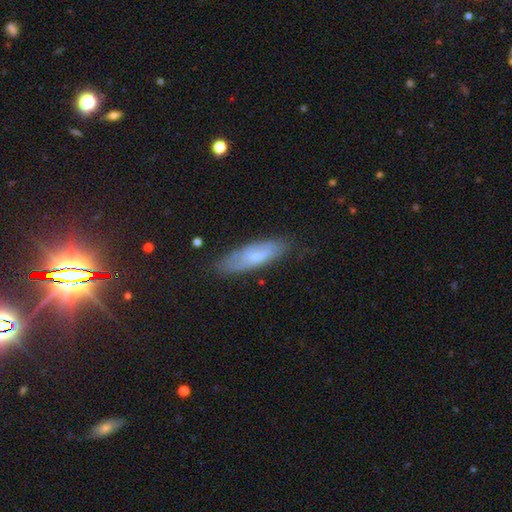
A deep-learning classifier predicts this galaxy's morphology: smooth_or_featured: smooth (p=0.56) [alt: featured or disk p=0.36]
how_rounded: cigar-shaped (p=0.52) [alt: in between p=0.46]
merging: none (p=0.72) [alt: minor disturbance p=0.21]